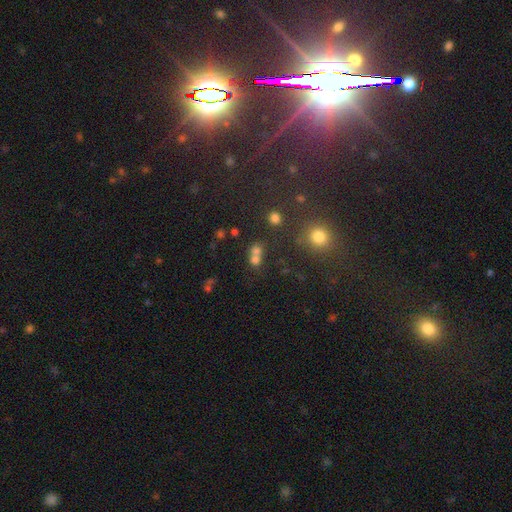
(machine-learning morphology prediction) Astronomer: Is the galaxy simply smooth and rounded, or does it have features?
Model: smooth — 66%.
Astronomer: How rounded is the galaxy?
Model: round — 73%.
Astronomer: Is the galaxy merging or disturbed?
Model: merger — 51% (runner-up: none, 38%).